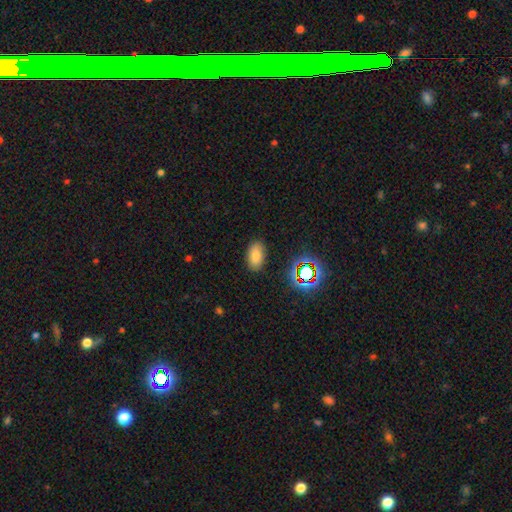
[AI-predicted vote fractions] Smooth or featured: smooth — 76% (star or artifact — 15%)
How rounded: in between — 92% (round — 6%)
Merging: none — 86% (minor disturbance — 10%)